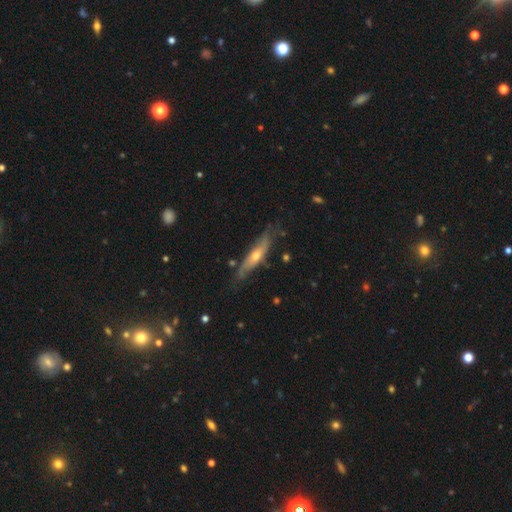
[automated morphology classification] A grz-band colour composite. It shows a featured or disk galaxy (61%) viewed edge-on (66%). Merging: none (69%).